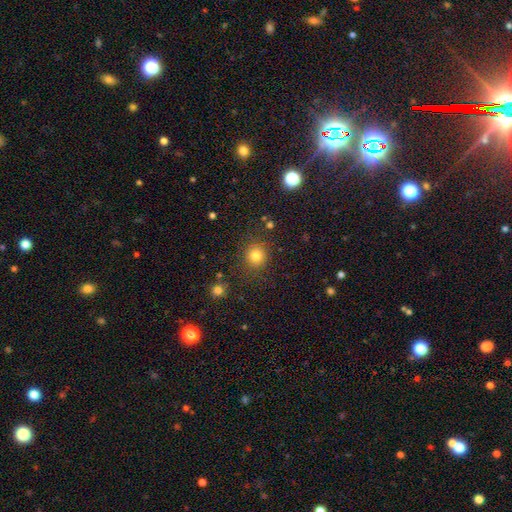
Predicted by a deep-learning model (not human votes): smooth 79%, star or artifact 15%, featured or disk 6%. Down the decision tree: how rounded — round (90%); merging — none (86%).